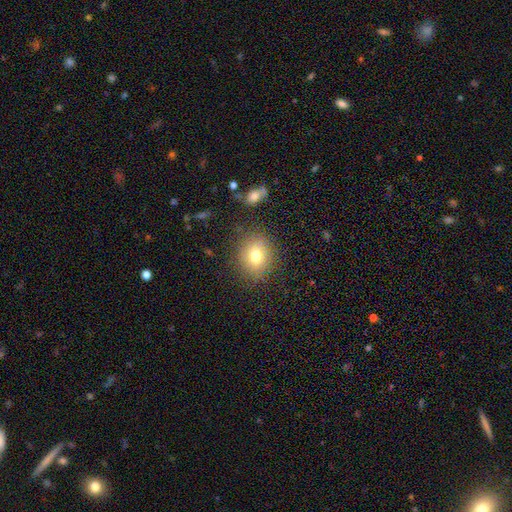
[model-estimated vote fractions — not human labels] Smooth or featured?
  - smooth: 75% *
  - star or artifact: 13%
  - featured or disk: 12%
How rounded?
  - round: 63% *
  - in between: 36%
  - cigar-shaped: 1%
Merging?
  - none: 83% *
  - minor disturbance: 11%
  - major disturbance: 4%
  - merger: 2%